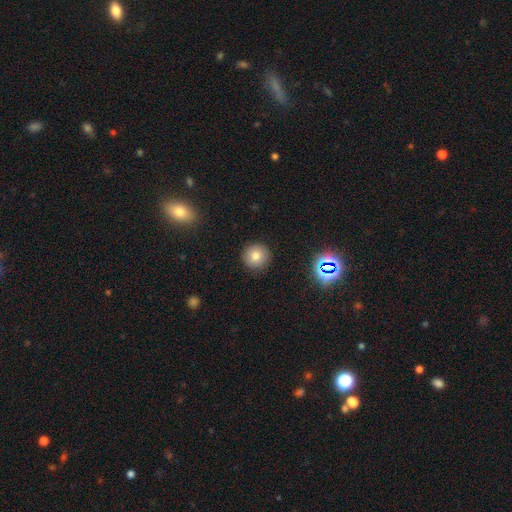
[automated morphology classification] Q: Smooth or featured?
A: smooth (77%); runner-up: star or artifact (14%)
Q: How rounded?
A: round (95%); runner-up: in between (4%)
Q: Merging?
A: none (90%); runner-up: minor disturbance (6%)